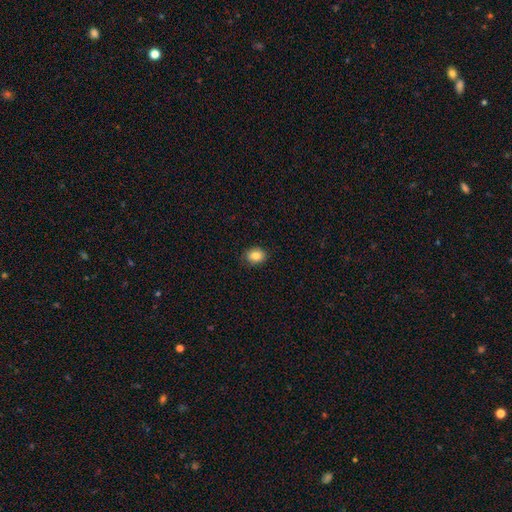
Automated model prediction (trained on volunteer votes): smooth_or_featured: smooth (p=0.85) [alt: star or artifact p=0.09]
how_rounded: round (p=0.50) [alt: in between p=0.49]
merging: none (p=0.86) [alt: minor disturbance p=0.11]